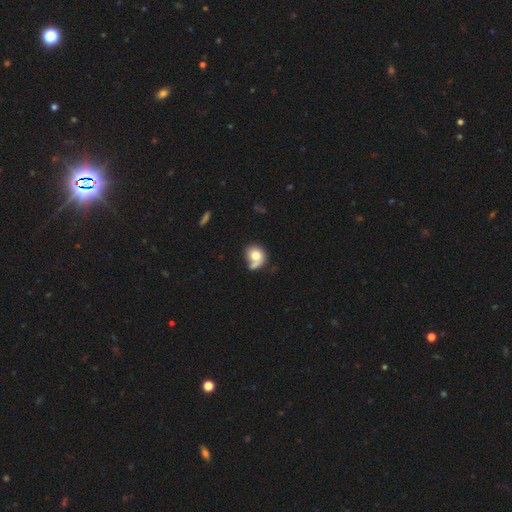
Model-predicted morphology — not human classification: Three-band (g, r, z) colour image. It shows a smooth galaxy with no disk features (72%) that is round (68%). Merging: none (39%).